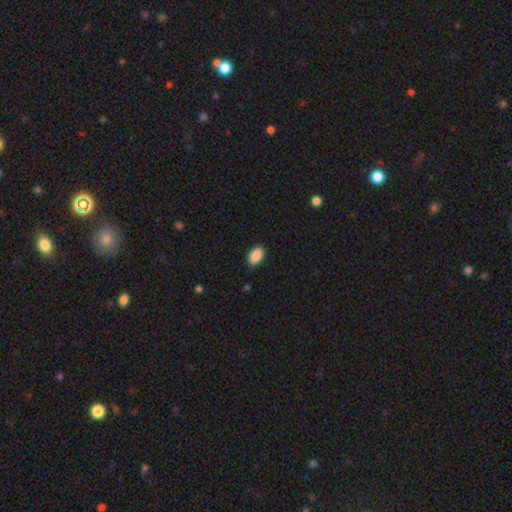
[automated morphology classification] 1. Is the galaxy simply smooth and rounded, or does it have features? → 90% smooth, 7% star or artifact, 3% featured or disk.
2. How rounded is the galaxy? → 93% in between, 5% round, 1% cigar-shaped.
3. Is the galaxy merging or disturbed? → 87% none, 10% minor disturbance, 2% major disturbance, 1% merger.